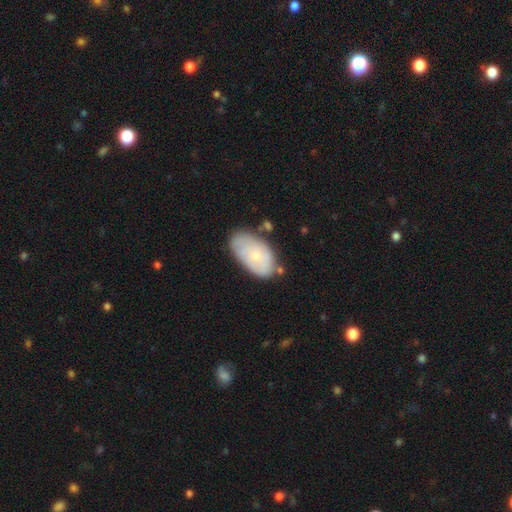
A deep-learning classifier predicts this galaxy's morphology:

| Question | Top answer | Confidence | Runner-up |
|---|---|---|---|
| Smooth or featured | smooth | 62% | featured or disk (32%) |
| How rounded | in between | 94% | round (4%) |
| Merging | none | 63% | minor disturbance (25%) |